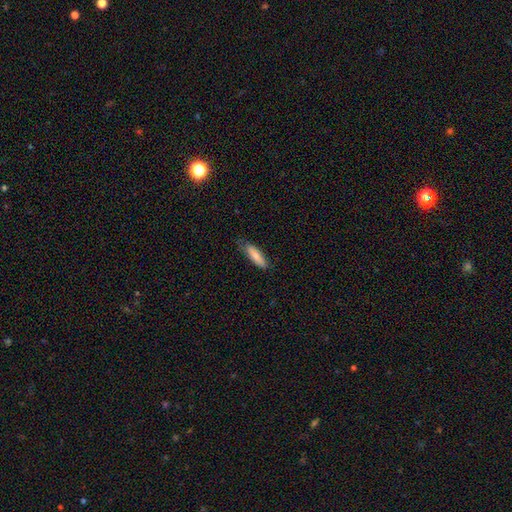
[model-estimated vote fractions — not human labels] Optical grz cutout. It shows a smooth galaxy with no disk features (77%) that is cigar-shaped (57%). Merging: none (70%).